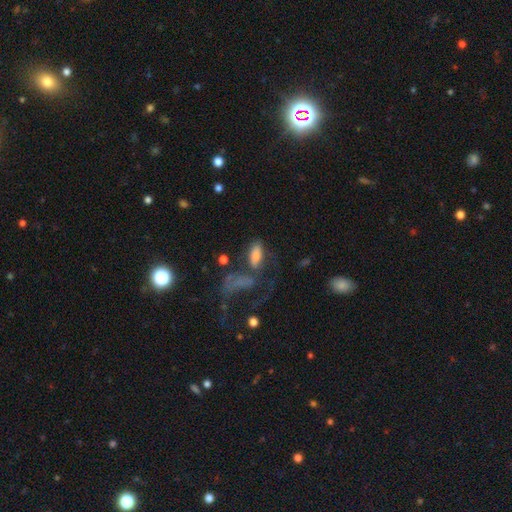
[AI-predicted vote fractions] This is likely a smooth galaxy (68%). How rounded: likely in between (79%). Merging: possibly none (45%).